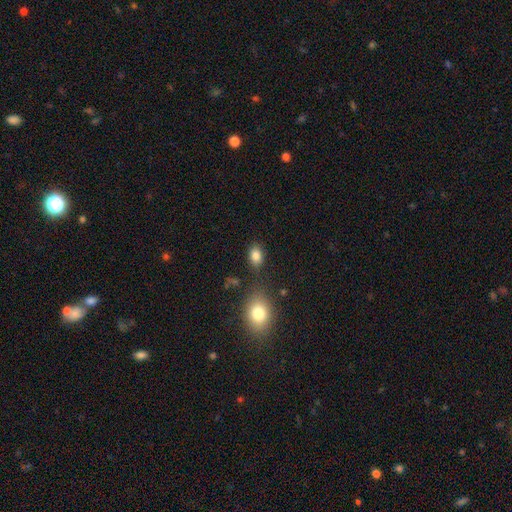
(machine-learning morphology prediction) smooth 84%, star or artifact 10%, featured or disk 6%. Down the decision tree: how rounded — in between (78%); merging — none (76%).